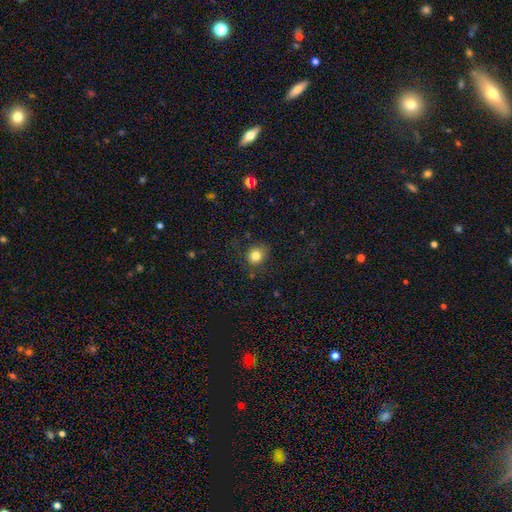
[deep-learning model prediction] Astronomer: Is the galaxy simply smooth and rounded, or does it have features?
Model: smooth — 82%.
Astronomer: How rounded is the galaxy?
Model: round — 81%.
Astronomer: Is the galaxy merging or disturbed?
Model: none — 80%.